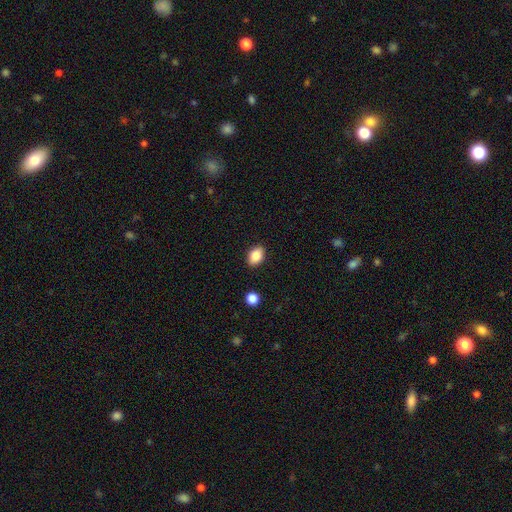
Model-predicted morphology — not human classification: The model was most divided on "how rounded": in between: 83%, round: 15%, cigar-shaped: 1%. More confident: merging — none (88%); smooth or featured — smooth (86%).